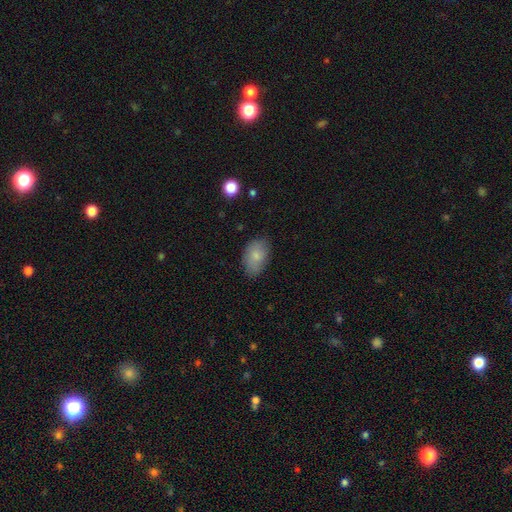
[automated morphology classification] type=smooth (81%); roundness=in between (89%); merging=none (78%).